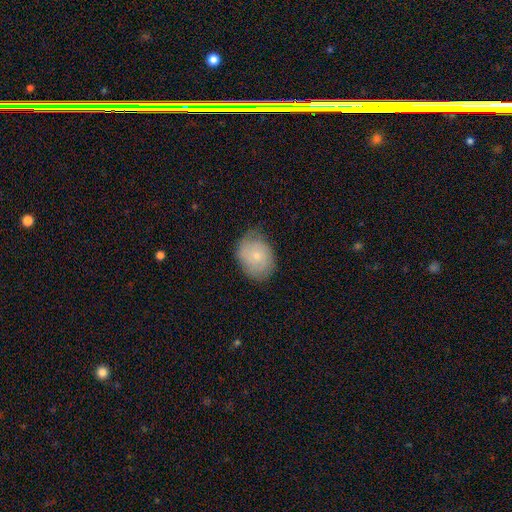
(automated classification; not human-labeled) Morphology: type=smooth (59%); roundness=in between (52%); merging=none (66%).